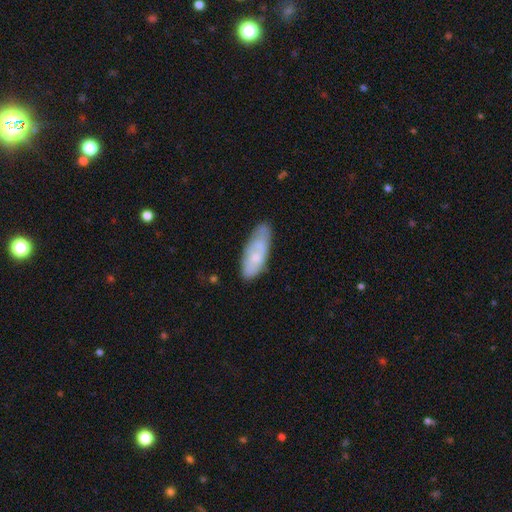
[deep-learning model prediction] A smooth galaxy with no disk features (62%) that is in between round and cigar-shaped (65%). Merging: none (60%).